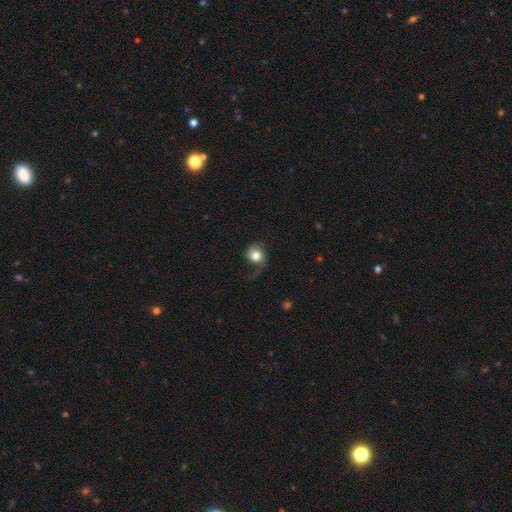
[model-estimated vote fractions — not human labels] Smooth or featured? smooth (67%)
How rounded? round (74%)
Merging? none (47%)